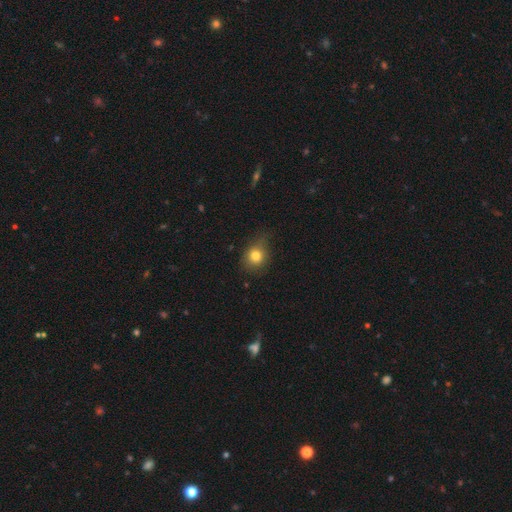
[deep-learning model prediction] Smooth or featured: smooth — 78% (star or artifact — 12%)
How rounded: round — 69% (in between — 30%)
Merging: none — 65% (minor disturbance — 27%)